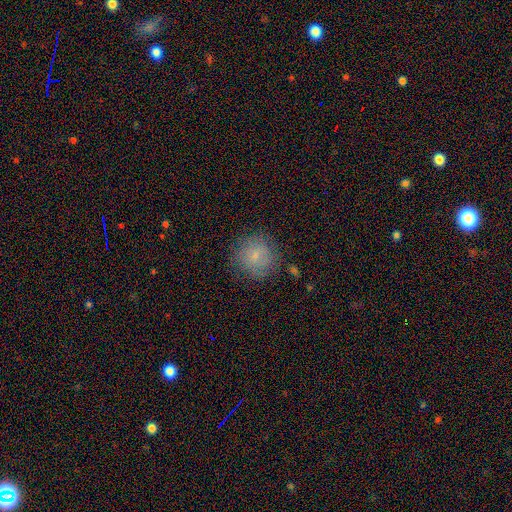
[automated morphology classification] type=smooth (75%); roundness=round (91%); merging=none (80%).